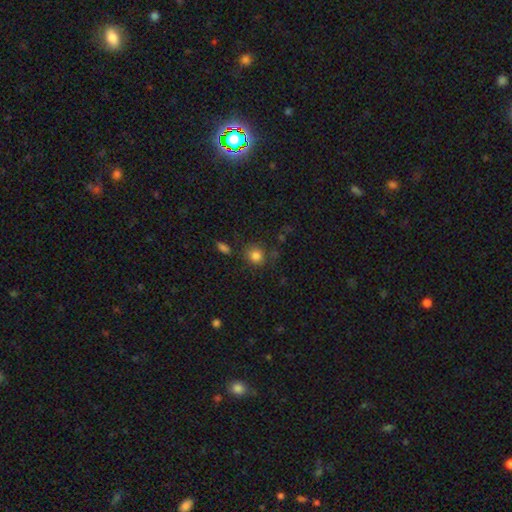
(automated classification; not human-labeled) Smooth or featured? smooth (83%)
How rounded? round (81%)
Merging? none (75%)